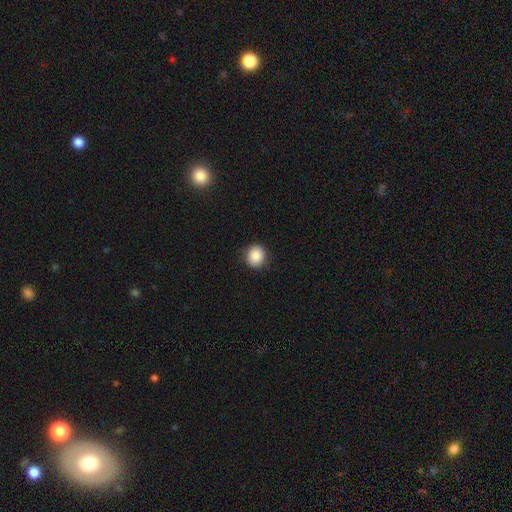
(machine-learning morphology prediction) Q: Smooth or featured?
A: smooth (87%); runner-up: star or artifact (9%)
Q: How rounded?
A: round (85%); runner-up: in between (14%)
Q: Merging?
A: none (89%); runner-up: minor disturbance (8%)